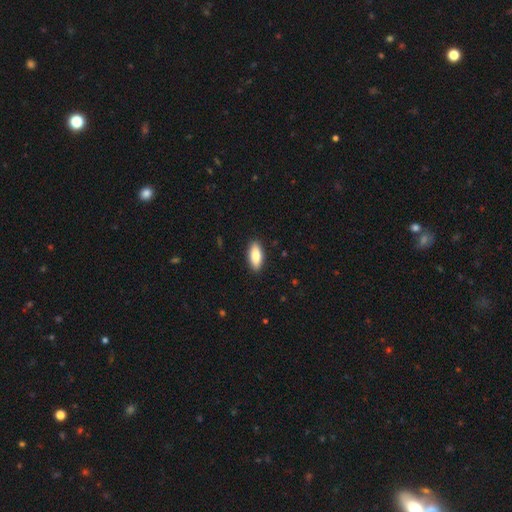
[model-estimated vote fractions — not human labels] smooth_or_featured: smooth (p=0.85) [alt: featured or disk p=0.09]
how_rounded: in between (p=0.80) [alt: cigar-shaped p=0.18]
merging: none (p=0.90) [alt: minor disturbance p=0.08]